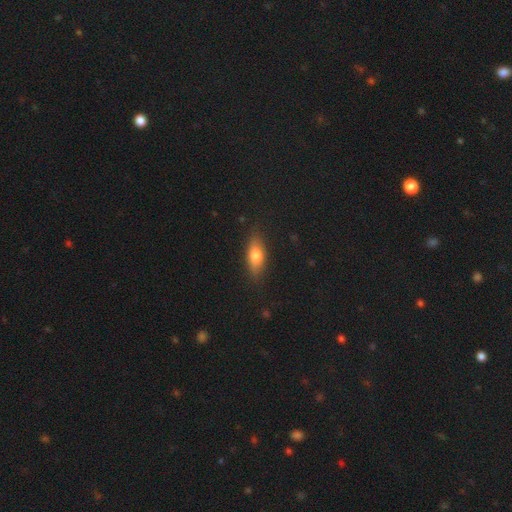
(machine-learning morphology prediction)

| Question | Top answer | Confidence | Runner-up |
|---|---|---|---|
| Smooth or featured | smooth | 70% | featured or disk (22%) |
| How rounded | in between | 70% | cigar-shaped (25%) |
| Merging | none | 83% | minor disturbance (13%) |